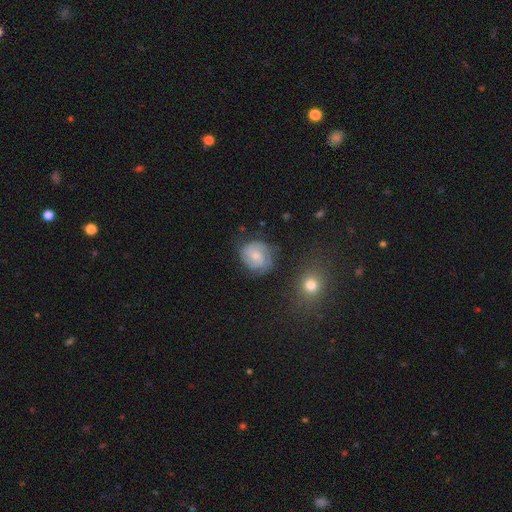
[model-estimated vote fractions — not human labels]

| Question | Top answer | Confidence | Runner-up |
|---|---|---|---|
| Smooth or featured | featured or disk | 77% | smooth (17%) |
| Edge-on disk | no | 98% | yes (2%) |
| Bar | no | 49% | weak (43%) |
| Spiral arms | yes | 95% | no (5%) |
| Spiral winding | tight | 57% | medium (36%) |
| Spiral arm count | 2 | 48% | 3 (26%) |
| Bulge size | small | 48% | moderate (35%) |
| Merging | none | 72% | minor disturbance (18%) |